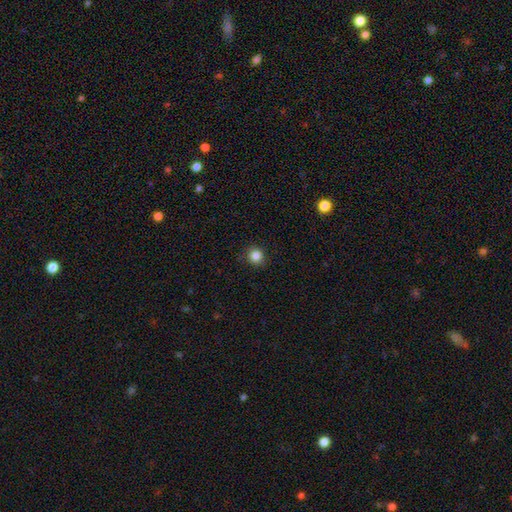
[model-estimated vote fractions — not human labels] smooth_or_featured: smooth (p=0.84) [alt: star or artifact p=0.11]
how_rounded: round (p=0.91) [alt: in between p=0.08]
merging: none (p=0.90) [alt: minor disturbance p=0.07]